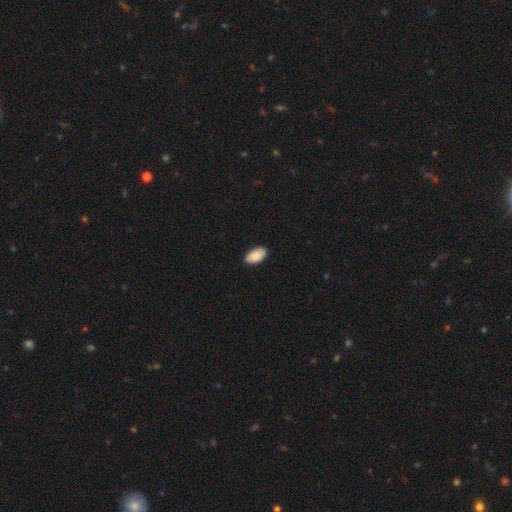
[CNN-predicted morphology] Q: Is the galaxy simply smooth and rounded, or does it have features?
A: smooth — 89%.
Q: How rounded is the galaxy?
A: in between — 95%.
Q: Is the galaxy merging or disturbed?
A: none — 88%.